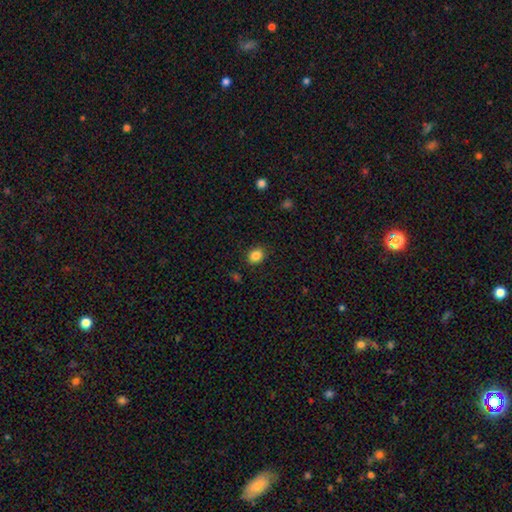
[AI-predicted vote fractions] Morphology: type=smooth (85%); roundness=round (56%); merging=none (88%).